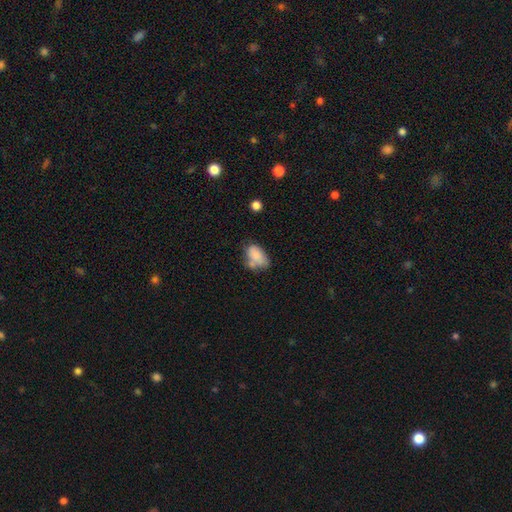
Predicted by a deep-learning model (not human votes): Q: Smooth or featured?
A: smooth (78%); runner-up: featured or disk (13%)
Q: How rounded?
A: in between (90%); runner-up: round (8%)
Q: Merging?
A: none (39%); runner-up: minor disturbance (29%)